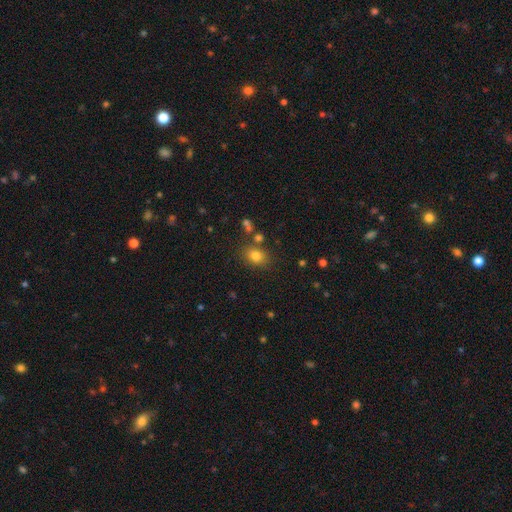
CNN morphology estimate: A smooth galaxy with no disk features (78%) that is in between round and cigar-shaped (59%).

Vote fractions:
- Smooth or featured? smooth: 78% / star or artifact: 13% / featured or disk: 8%
- How rounded? in between: 59% / round: 40% / cigar-shaped: 1%
- Merging? none: 77% / minor disturbance: 12% / merger: 7% / major disturbance: 4%